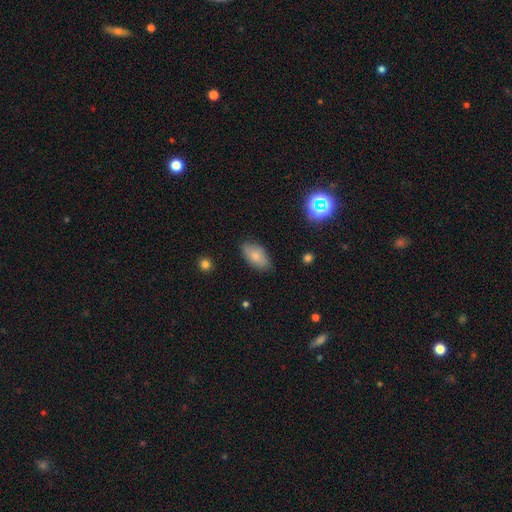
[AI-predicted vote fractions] Smooth or featured? smooth (78%)
How rounded? in between (92%)
Merging? none (79%)